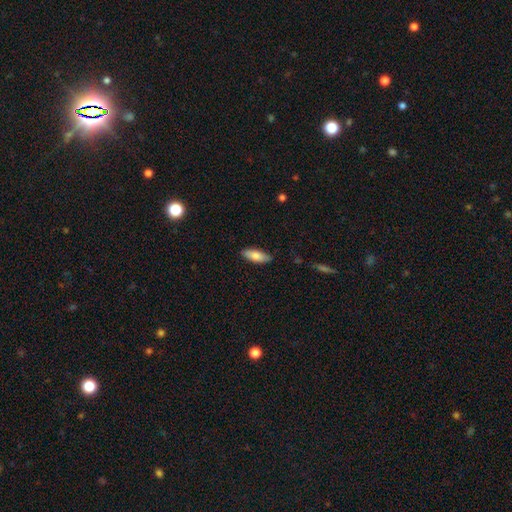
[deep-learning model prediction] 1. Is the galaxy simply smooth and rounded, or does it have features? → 81% smooth, 13% featured or disk, 6% star or artifact.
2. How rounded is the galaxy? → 69% in between, 29% cigar-shaped, 2% round.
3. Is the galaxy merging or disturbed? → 86% none, 11% minor disturbance, 2% major disturbance, 1% merger.